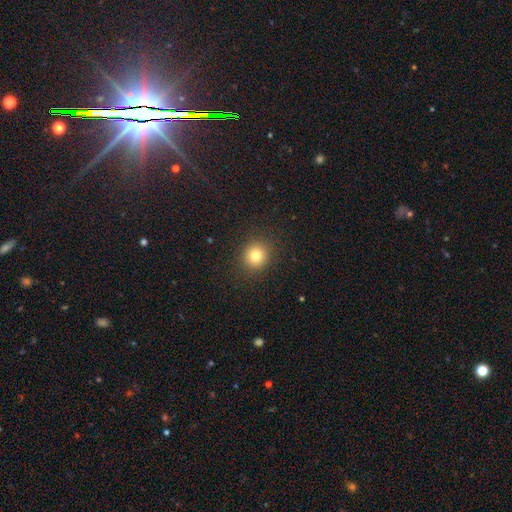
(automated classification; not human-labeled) smooth-or-featured: smooth: 80% | star or artifact: 13% | featured or disk: 7%
  how-rounded: round: 86% | in between: 13% | cigar-shaped: 1%
  merging: none: 90% | minor disturbance: 6% | major disturbance: 3% | merger: 1%